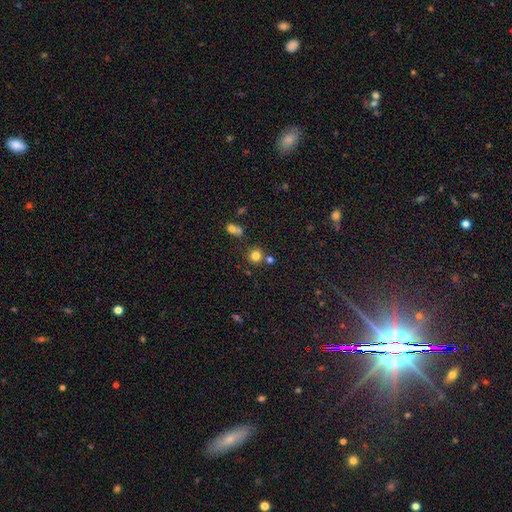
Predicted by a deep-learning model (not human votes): Smooth or featured? Predicted: smooth (p=0.78). How rounded? Predicted: round (p=0.91). Merging? Predicted: none (p=0.73).